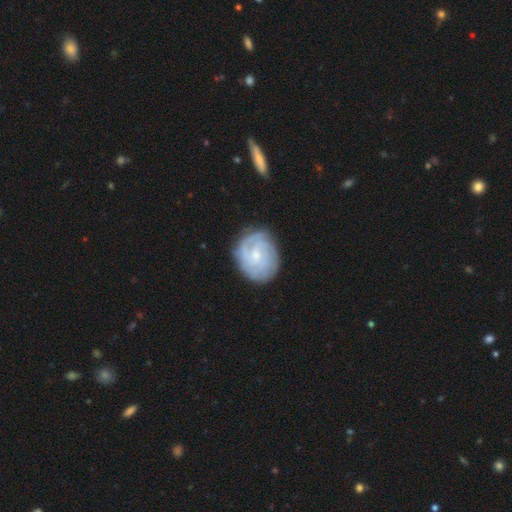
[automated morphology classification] smooth_or_featured: featured or disk (p=0.74) [alt: smooth p=0.21]
disk_edge_on: no (p=0.98) [alt: yes p=0.02]
bar: no (p=0.58) [alt: weak p=0.37]
has_spiral_arms: yes (p=0.93) [alt: no p=0.07]
spiral_winding: tight (p=0.68) [alt: medium p=0.25]
spiral_arm_count: can't tell (p=0.38) [alt: 3 p=0.20]
bulge_size: small (p=0.64) [alt: moderate p=0.28]
merging: none (p=0.77) [alt: minor disturbance p=0.16]